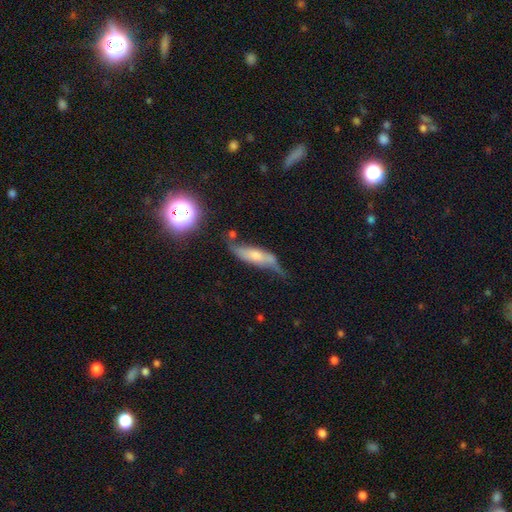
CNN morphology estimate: This is possibly a featured or disk galaxy (54%). It is possibly not viewed edge-on (57%). Merging: marginally none (40%).